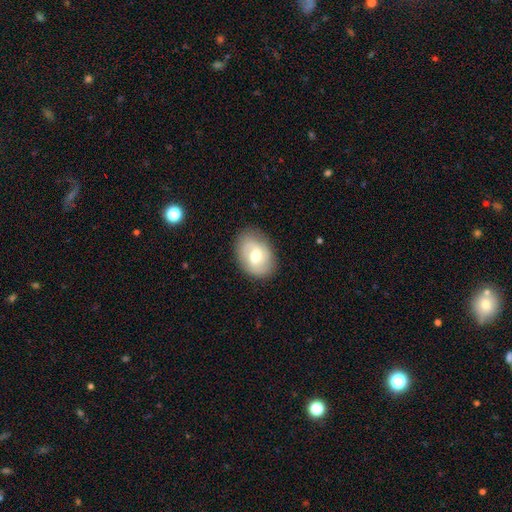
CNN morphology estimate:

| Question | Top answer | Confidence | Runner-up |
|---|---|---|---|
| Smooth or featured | smooth | 47% | featured or disk (46%) |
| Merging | none | 83% | minor disturbance (12%) |